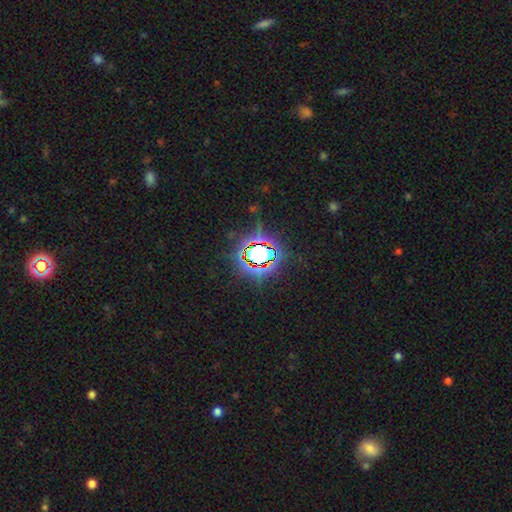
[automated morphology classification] Smooth or featured: star or artifact — 79% (smooth — 12%)